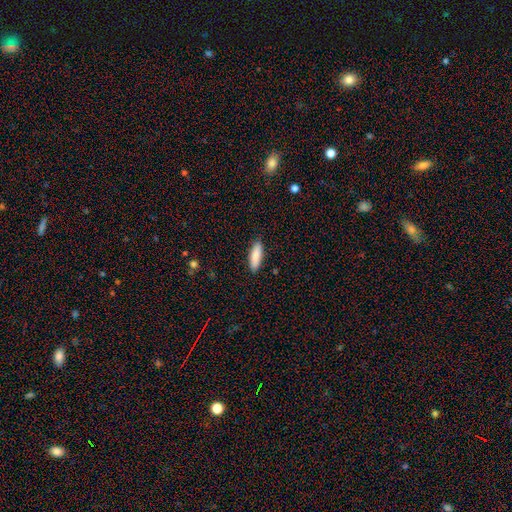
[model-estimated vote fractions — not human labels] Smooth or featured? smooth (86%)
How rounded? in between (52%)
Merging? none (89%)